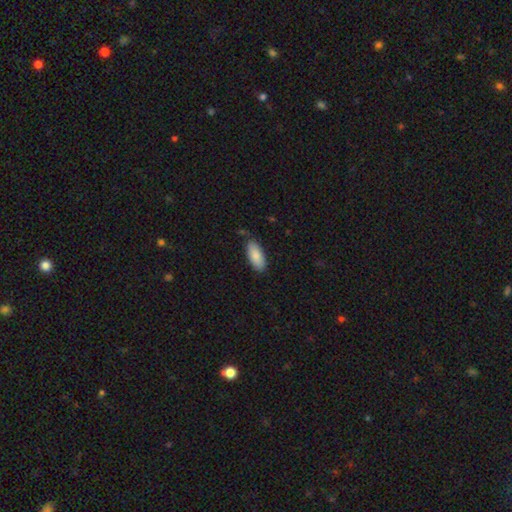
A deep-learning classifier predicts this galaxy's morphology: smooth-or-featured: smooth: 86% | featured or disk: 8% | star or artifact: 6%
  how-rounded: in between: 86% | cigar-shaped: 13% | round: 2%
  merging: none: 79% | minor disturbance: 16% | major disturbance: 3% | merger: 2%